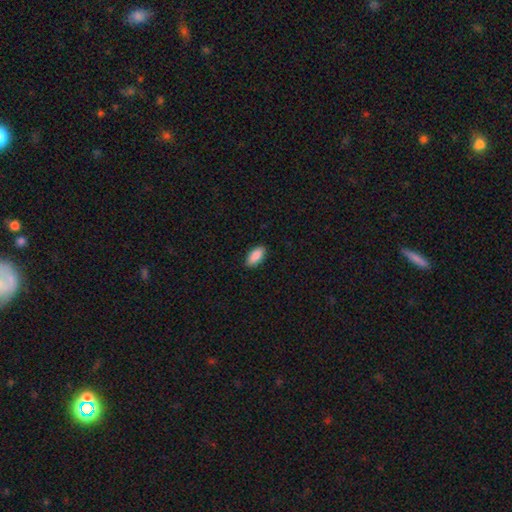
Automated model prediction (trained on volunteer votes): A smooth galaxy with no disk features (90%) that is in between round and cigar-shaped (91%).

Vote fractions:
- Smooth or featured? smooth: 90% / star or artifact: 6% / featured or disk: 4%
- How rounded? in between: 91% / cigar-shaped: 7% / round: 2%
- Merging? none: 88% / minor disturbance: 9% / major disturbance: 2% / merger: 1%